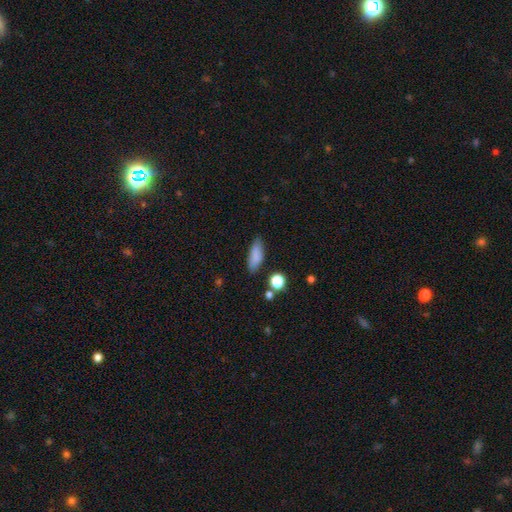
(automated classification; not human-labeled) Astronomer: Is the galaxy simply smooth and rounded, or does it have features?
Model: smooth — 84%.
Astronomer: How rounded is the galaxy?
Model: in between — 67%.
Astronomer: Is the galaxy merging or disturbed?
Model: none — 78%.